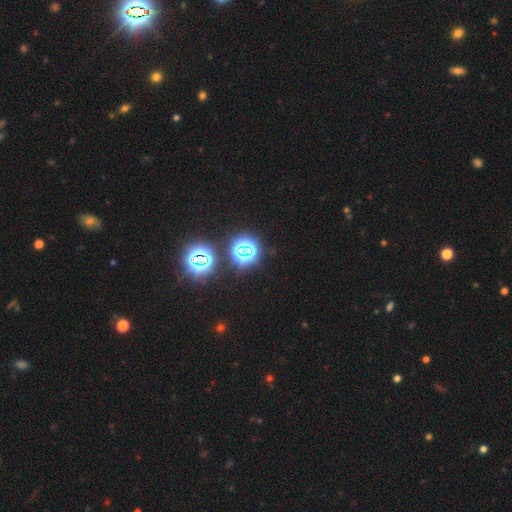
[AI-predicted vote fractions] Smooth or featured?
  - star or artifact: 71% *
  - smooth: 23%
  - featured or disk: 5%